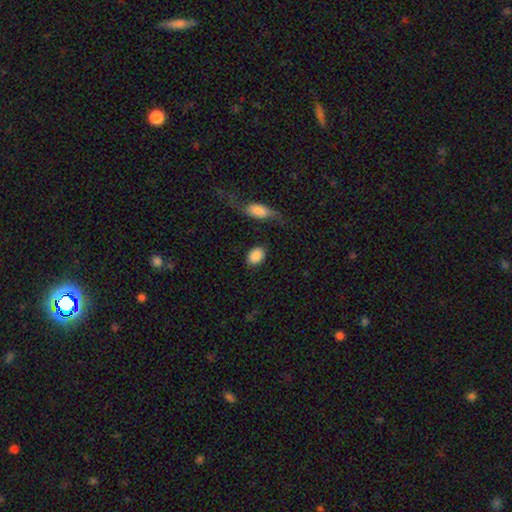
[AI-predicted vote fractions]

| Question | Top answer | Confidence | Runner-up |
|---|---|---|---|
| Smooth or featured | smooth | 88% | star or artifact (7%) |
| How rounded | in between | 71% | round (27%) |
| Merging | none | 76% | minor disturbance (13%) |